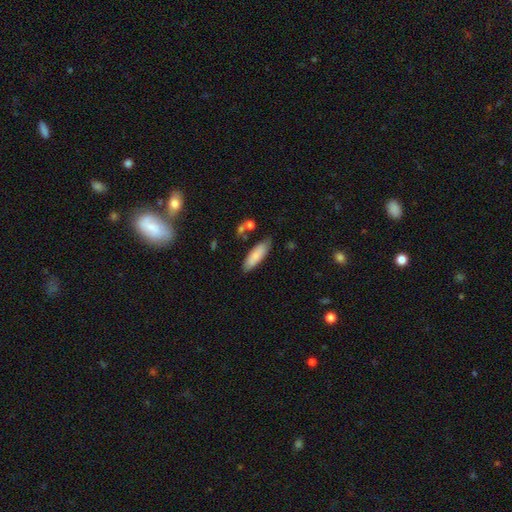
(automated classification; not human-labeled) This is clearly a smooth galaxy (82%). How rounded: possibly in between (51%). Merging: likely none (78%).